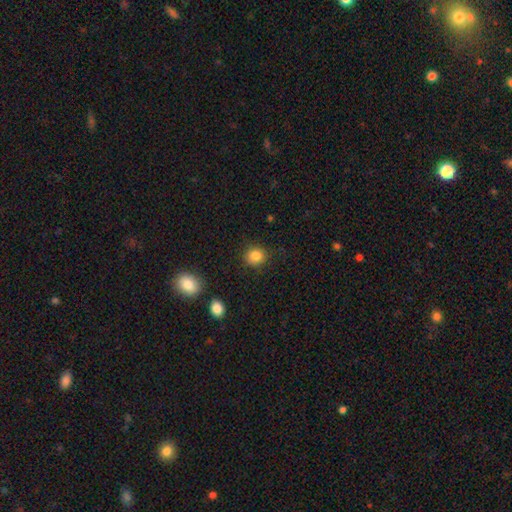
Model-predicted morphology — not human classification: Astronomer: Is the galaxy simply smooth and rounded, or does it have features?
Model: smooth — 84%.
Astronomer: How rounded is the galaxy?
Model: round — 83%.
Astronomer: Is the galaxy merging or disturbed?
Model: none — 85%.